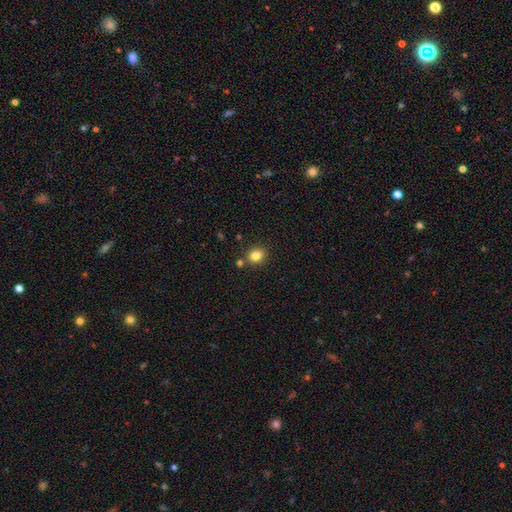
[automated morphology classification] A smooth galaxy with no disk features (82%) that is round (59%).

Vote fractions:
- Smooth or featured? smooth: 82% / star or artifact: 11% / featured or disk: 6%
- How rounded? round: 59% / in between: 40% / cigar-shaped: 1%
- Merging? none: 80% / minor disturbance: 9% / merger: 8% / major disturbance: 2%